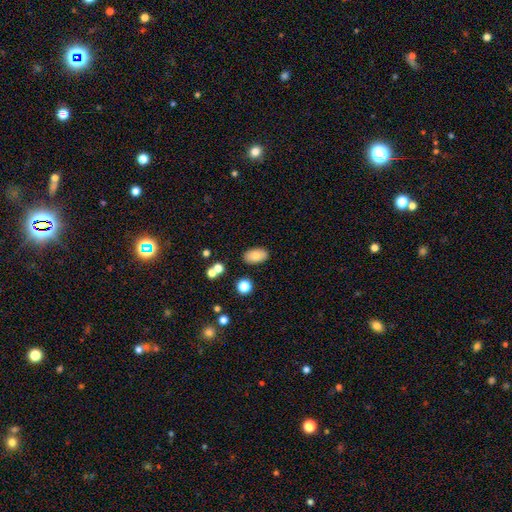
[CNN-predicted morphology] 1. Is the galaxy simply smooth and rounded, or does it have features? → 81% smooth, 10% featured or disk, 9% star or artifact.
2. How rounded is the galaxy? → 92% in between, 6% round, 2% cigar-shaped.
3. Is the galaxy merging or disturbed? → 85% none, 9% minor disturbance, 3% merger, 3% major disturbance.